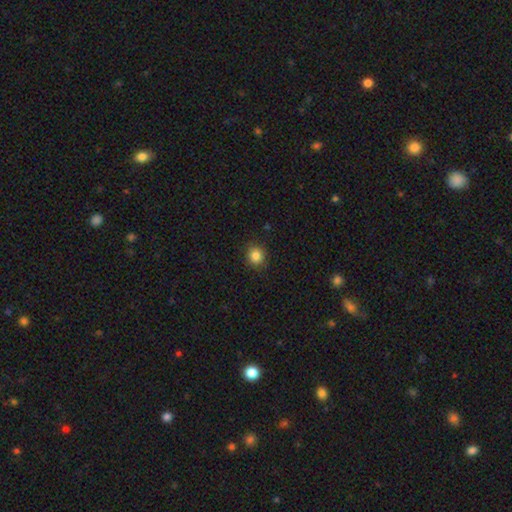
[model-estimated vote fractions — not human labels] Smooth or featured? Predicted: smooth (p=0.84). How rounded? Predicted: round (p=0.84). Merging? Predicted: none (p=0.88).